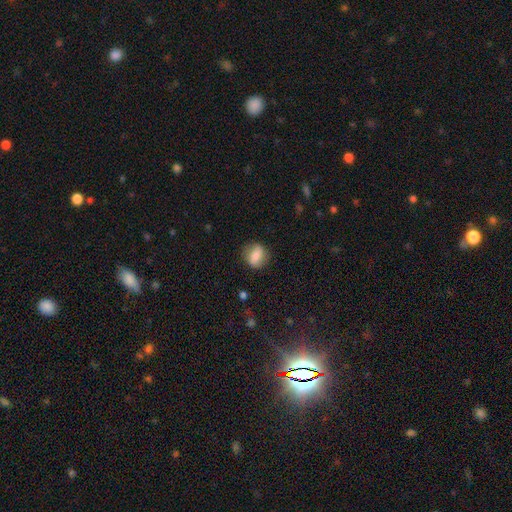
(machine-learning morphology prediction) Q: Smooth or featured?
A: smooth (78%); runner-up: featured or disk (14%)
Q: How rounded?
A: round (52%); runner-up: in between (45%)
Q: Merging?
A: none (81%); runner-up: minor disturbance (14%)